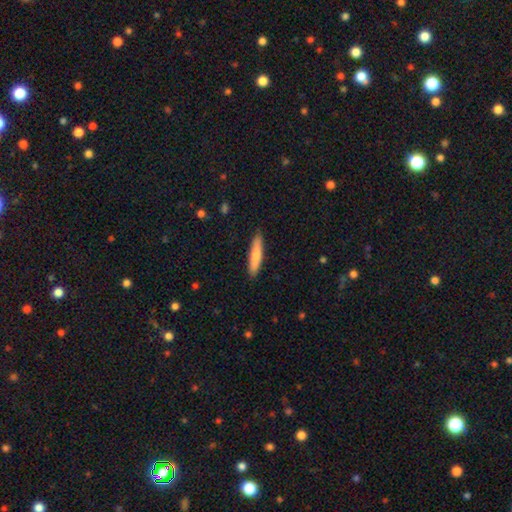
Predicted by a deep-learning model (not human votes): Smooth or featured?
  - smooth: 76% *
  - featured or disk: 19%
  - star or artifact: 5%
How rounded?
  - cigar-shaped: 86% *
  - in between: 12%
  - round: 1%
Merging?
  - none: 89% *
  - minor disturbance: 8%
  - major disturbance: 2%
  - merger: 1%